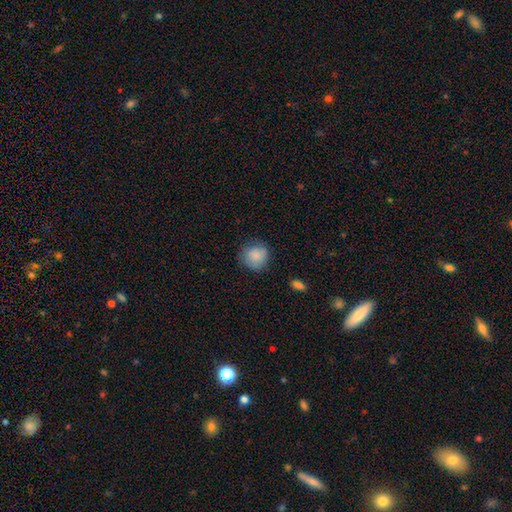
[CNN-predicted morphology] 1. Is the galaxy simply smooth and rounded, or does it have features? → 86% smooth, 8% star or artifact, 6% featured or disk.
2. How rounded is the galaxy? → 86% round, 13% in between, 1% cigar-shaped.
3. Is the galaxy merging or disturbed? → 76% none, 18% minor disturbance, 5% major disturbance, 1% merger.